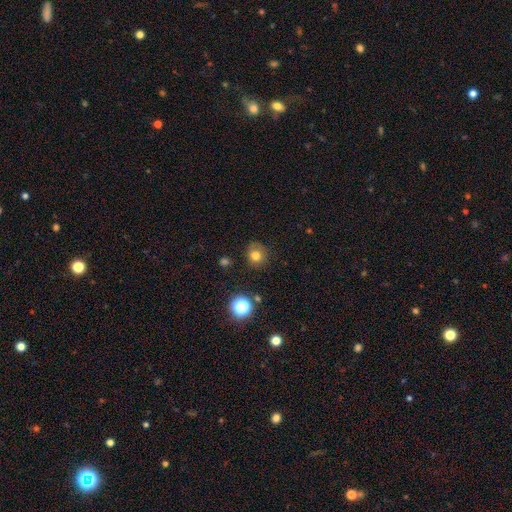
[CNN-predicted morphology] This appears to be a smooth galaxy with no disk features (77%) that is round (82%). Merging: none (79%).